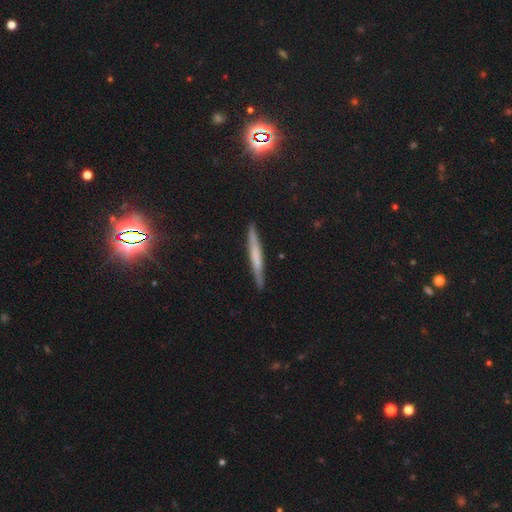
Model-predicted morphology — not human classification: Smooth or featured? Predicted: smooth (p=0.47). Merging? Predicted: none (p=0.90).